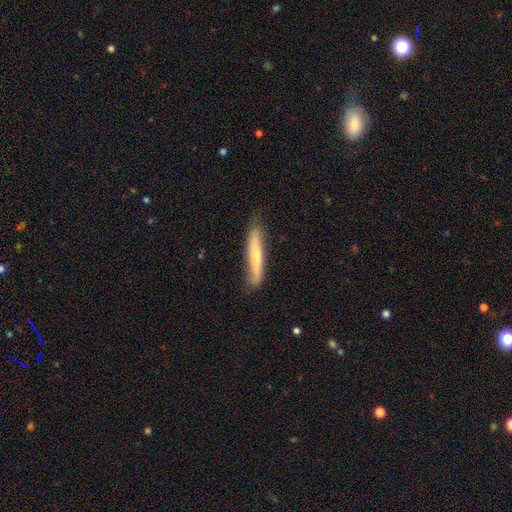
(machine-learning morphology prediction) smooth 61%, featured or disk 34%, star or artifact 5%. Down the decision tree: how rounded — cigar-shaped (93%); merging — none (77%).